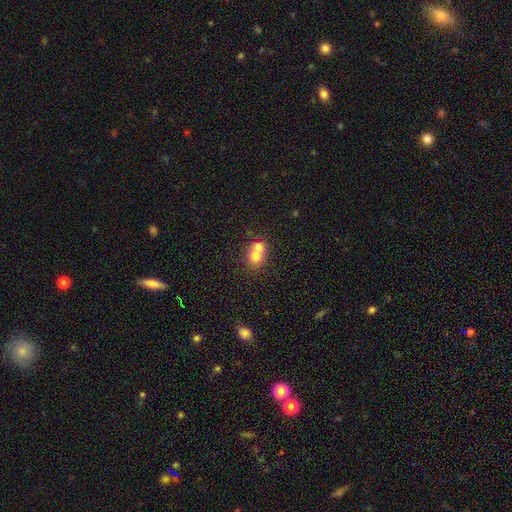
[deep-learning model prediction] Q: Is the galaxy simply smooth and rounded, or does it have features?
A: smooth — 69%.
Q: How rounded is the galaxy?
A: round — 72%.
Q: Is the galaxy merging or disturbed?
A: merger — 66%.